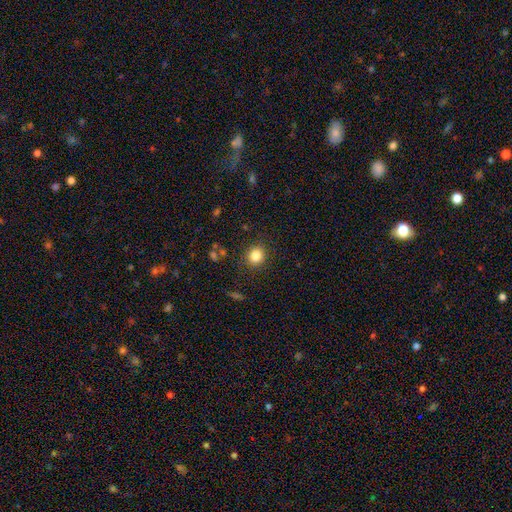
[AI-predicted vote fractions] The model was most divided on "how rounded": round: 80%, in between: 19%, cigar-shaped: 1%. More confident: merging — none (87%); smooth or featured — smooth (83%).